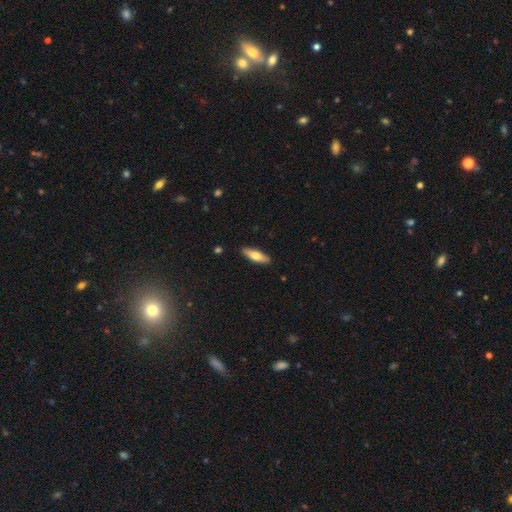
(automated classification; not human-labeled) This appears to be a smooth galaxy with no disk features (64%) that is cigar-shaped (52%). Merging: none (89%).